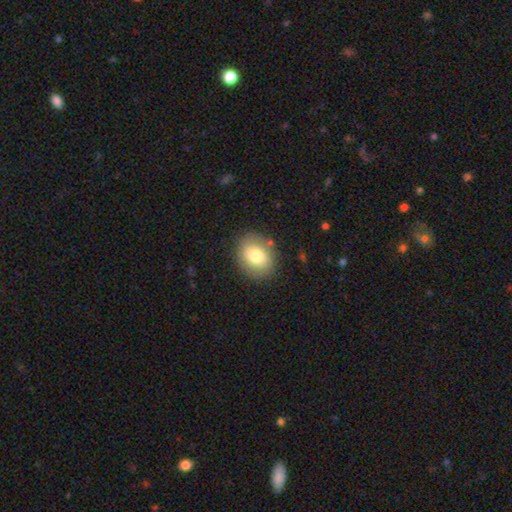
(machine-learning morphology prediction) Smooth or featured: smooth — 73% (featured or disk — 19%)
How rounded: round — 60% (in between — 39%)
Merging: none — 83% (minor disturbance — 11%)